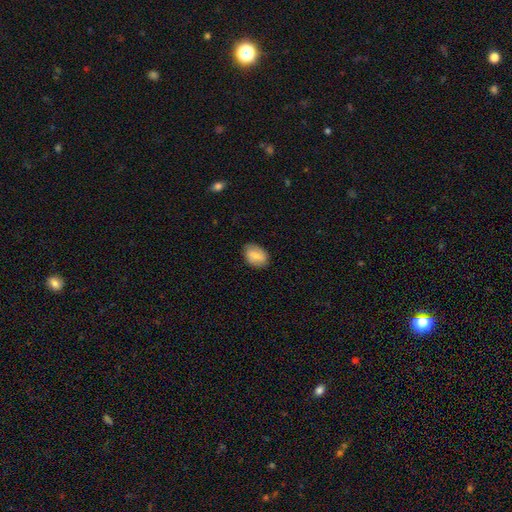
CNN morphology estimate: A smooth galaxy with no disk features (75%) that is in between round and cigar-shaped (81%). Merging: none (81%).